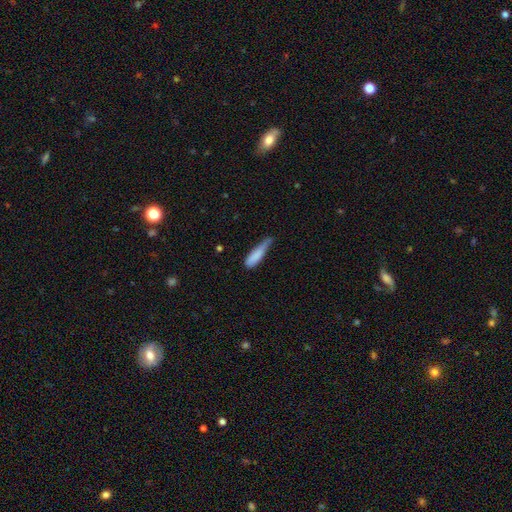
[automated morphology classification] type=smooth (83%); roundness=cigar-shaped (68%); merging=minor disturbance (48%).